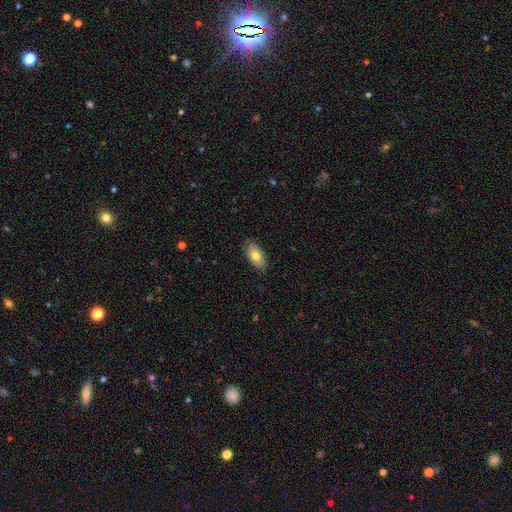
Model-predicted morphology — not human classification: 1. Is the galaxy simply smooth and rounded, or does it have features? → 77% smooth, 17% featured or disk, 6% star or artifact.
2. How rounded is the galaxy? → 90% in between, 7% cigar-shaped, 3% round.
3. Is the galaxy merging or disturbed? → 84% none, 13% minor disturbance, 2% major disturbance, 1% merger.